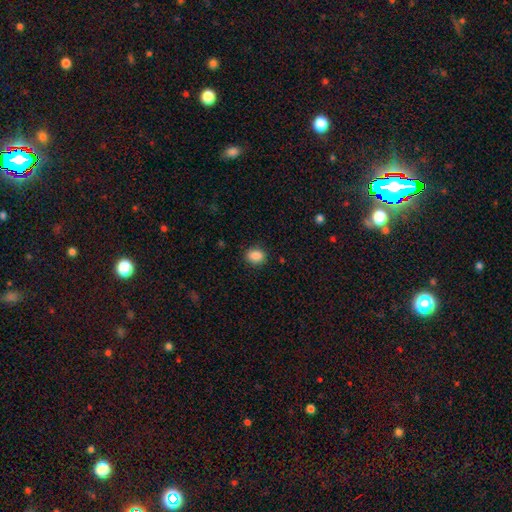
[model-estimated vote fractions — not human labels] Smooth or featured?
  - smooth: 88% *
  - star or artifact: 9%
  - featured or disk: 3%
How rounded?
  - in between: 54% *
  - round: 45%
  - cigar-shaped: 1%
Merging?
  - none: 88% *
  - minor disturbance: 9%
  - major disturbance: 2%
  - merger: 1%